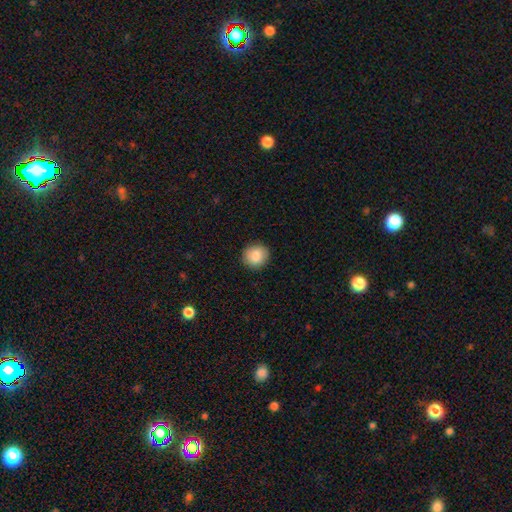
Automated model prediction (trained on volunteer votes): This appears to be a smooth galaxy with no disk features (87%) that is round (88%). Merging: none (90%).